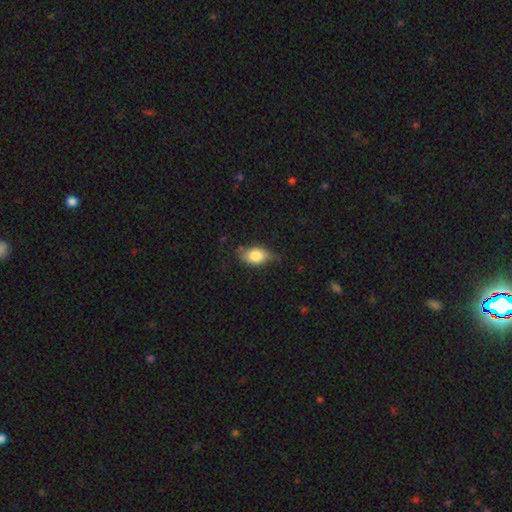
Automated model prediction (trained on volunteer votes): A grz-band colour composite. It shows a smooth galaxy with no disk features (78%) that is in between round and cigar-shaped (84%). Merging: none (55%).